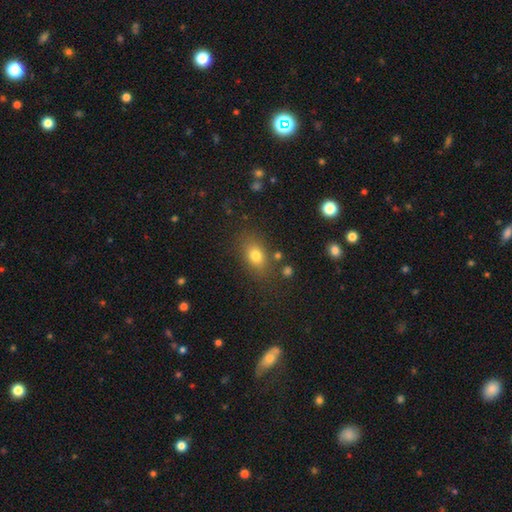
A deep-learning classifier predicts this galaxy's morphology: This appears to be a smooth galaxy with no disk features (77%) that is in between round and cigar-shaped (71%). Merging: none (76%).